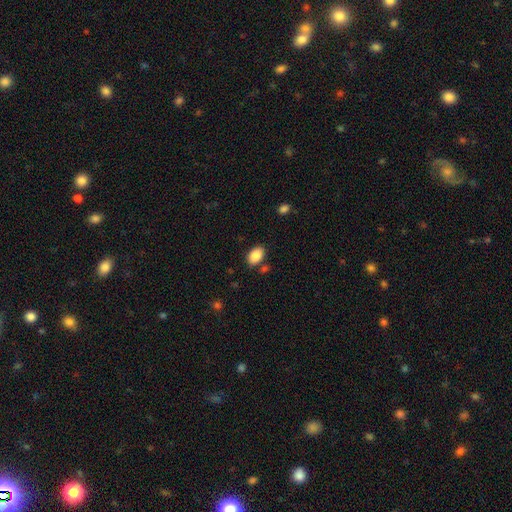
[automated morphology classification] Overall: smooth (87%). How rounded: in between (90%). Merging: none (81%).